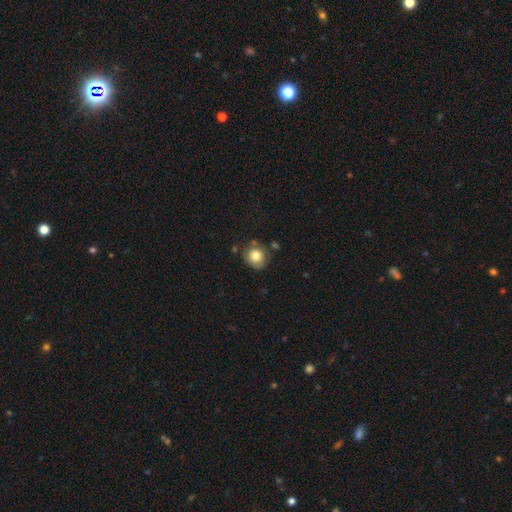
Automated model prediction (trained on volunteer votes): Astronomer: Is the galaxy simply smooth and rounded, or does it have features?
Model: smooth — 81%.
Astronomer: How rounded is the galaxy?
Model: round — 82%.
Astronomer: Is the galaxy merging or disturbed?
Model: none — 74%.